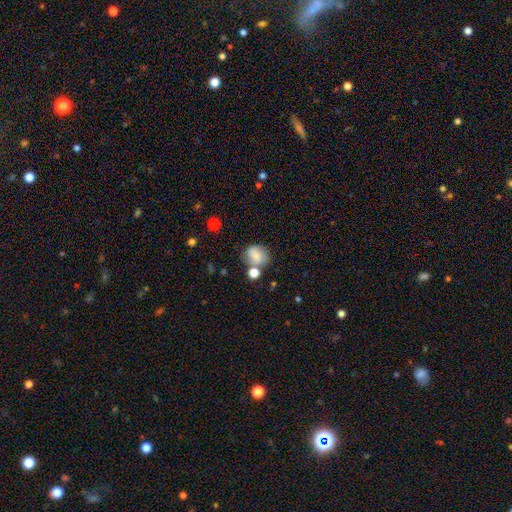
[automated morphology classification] smooth-or-featured: smooth: 74% | featured or disk: 16% | star or artifact: 10%
  how-rounded: round: 64% | in between: 35% | cigar-shaped: 1%
  merging: none: 55% | merger: 20% | minor disturbance: 19% | major disturbance: 7%